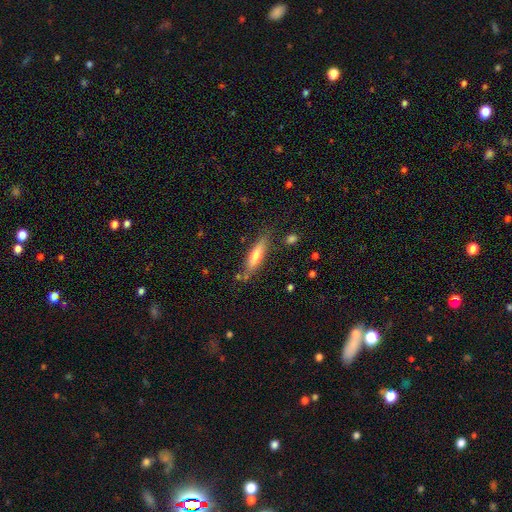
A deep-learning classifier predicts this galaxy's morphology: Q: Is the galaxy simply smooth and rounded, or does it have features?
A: smooth — 55%.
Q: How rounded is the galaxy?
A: cigar-shaped — 70%.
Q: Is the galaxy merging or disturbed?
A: none — 77%.